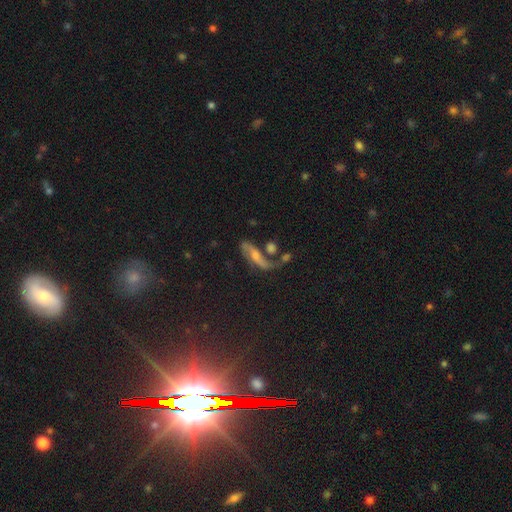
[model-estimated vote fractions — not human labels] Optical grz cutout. It shows a featured or disk galaxy (60%). Merging: none (34%).